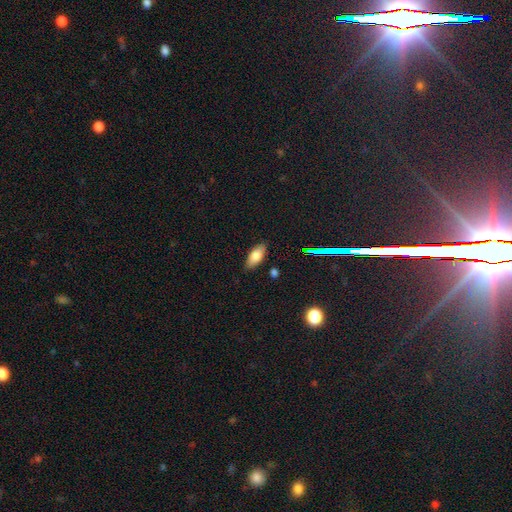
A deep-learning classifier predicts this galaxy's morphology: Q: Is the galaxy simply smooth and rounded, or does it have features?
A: smooth — 81%.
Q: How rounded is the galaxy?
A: in between — 86%.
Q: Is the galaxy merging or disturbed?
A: none — 83%.